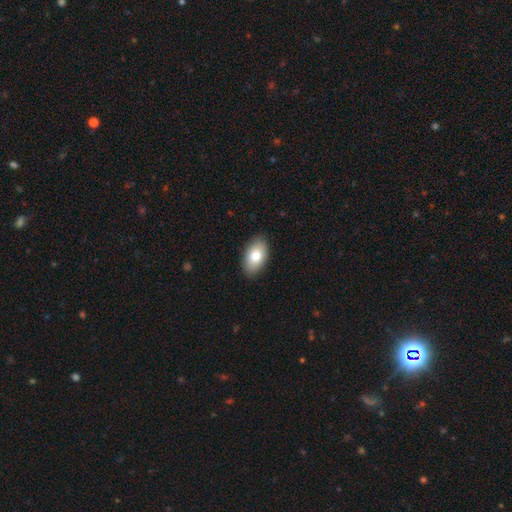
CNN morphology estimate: Smooth or featured? Predicted: smooth (p=0.79). How rounded? Predicted: in between (p=0.93). Merging? Predicted: none (p=0.88).